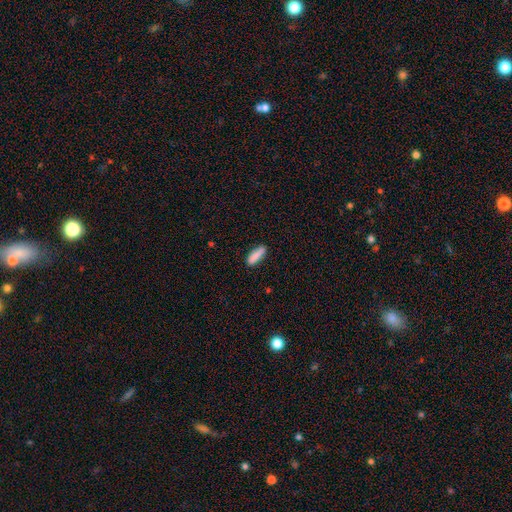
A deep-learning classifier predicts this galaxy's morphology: The model was most divided on "how rounded": cigar-shaped: 58%, in between: 40%, round: 2%. More confident: smooth or featured — smooth (87%); merging — none (84%).